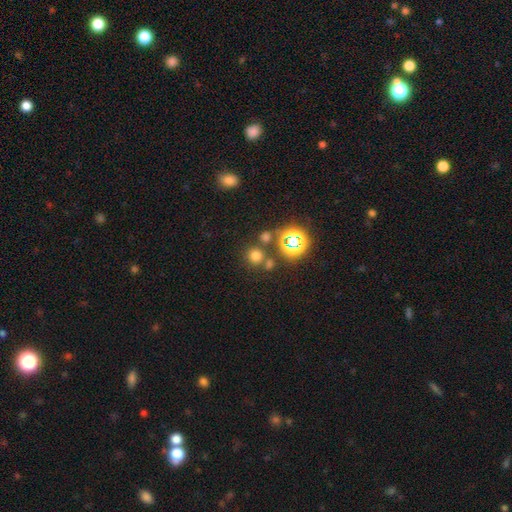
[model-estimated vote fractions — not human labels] Q: Smooth or featured?
A: smooth (65%); runner-up: star or artifact (28%)
Q: How rounded?
A: round (91%); runner-up: in between (8%)
Q: Merging?
A: none (73%); runner-up: merger (16%)